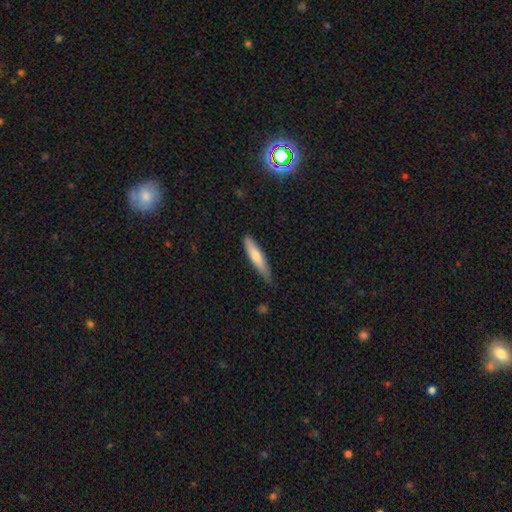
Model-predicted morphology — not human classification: This is likely a smooth galaxy (63%). How rounded: clearly cigar-shaped (85%). Merging: likely none (75%).